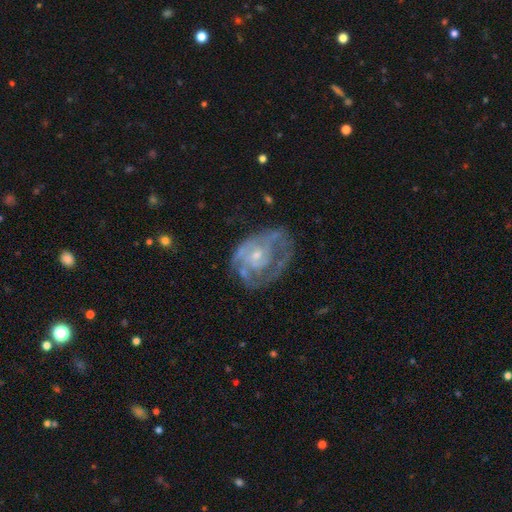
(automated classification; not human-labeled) A featured or disk galaxy (79%) with no bar (72%), tight (50%) spiral arms (75%) and a small central bulge (64%).

Vote fractions:
- Smooth or featured? featured or disk: 79% / smooth: 14% / star or artifact: 7%
- Edge-on disk? no: 97% / yes: 3%
- Bar? no: 72% / weak: 24% / strong: 4%
- Spiral arms? yes: 75% / no: 25%
- Spiral winding? tight: 50% / medium: 35% / loose: 15%
- Spiral arm count? can't tell: 43% / 2: 23% / 3: 15% / 1: 11% / 4: 5% / more than 4: 4%
- Bulge size? small: 64% / moderate: 29% / none: 4% / large: 2% / dominant: 1%
- Merging? none: 49% / major disturbance: 25% / minor disturbance: 23% / merger: 3%